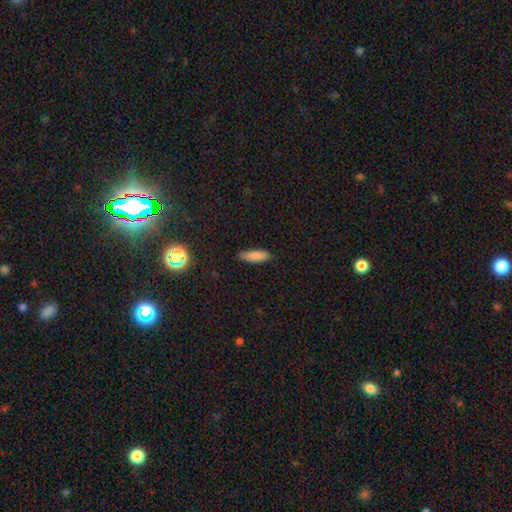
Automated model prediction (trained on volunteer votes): Morphology: type=smooth (84%); roundness=cigar-shaped (53%); merging=none (85%).